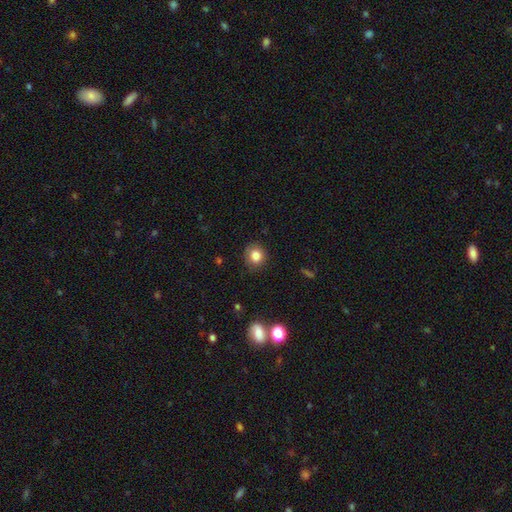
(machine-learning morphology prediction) type=smooth (82%); roundness=round (81%); merging=none (85%).